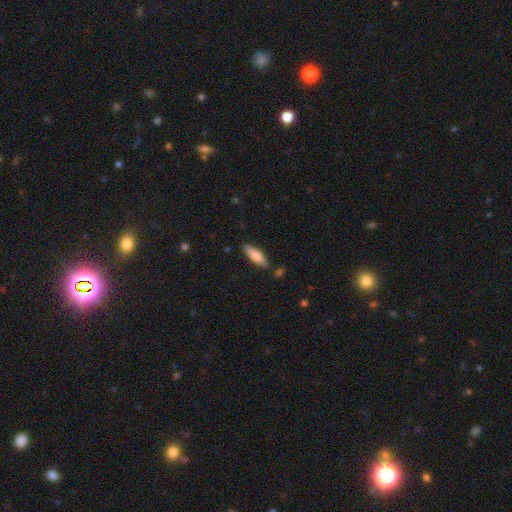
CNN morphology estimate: smooth-or-featured: smooth: 69% | featured or disk: 25% | star or artifact: 6%
  how-rounded: cigar-shaped: 58% | in between: 41% | round: 2%
  merging: none: 83% | minor disturbance: 12% | merger: 3% | major disturbance: 2%